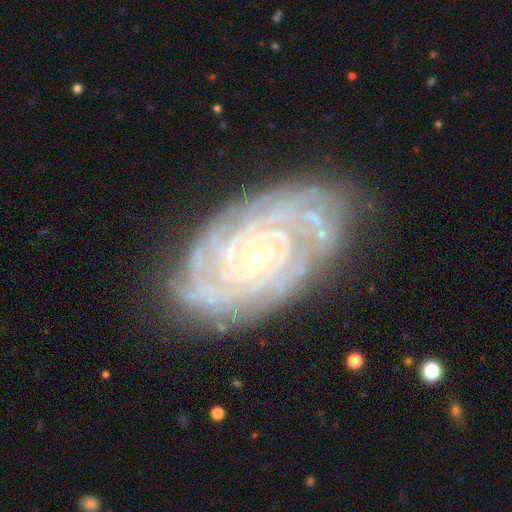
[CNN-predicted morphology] Overall: featured or disk (91%). Edge-on disk: no (96%). Bar: no (73%). Spiral arms: yes (98%). Spiral arm count: 4 (25%; can't tell 22%). Spiral winding: tight (86%). Bulge size: small (71%). Merging: none (79%).